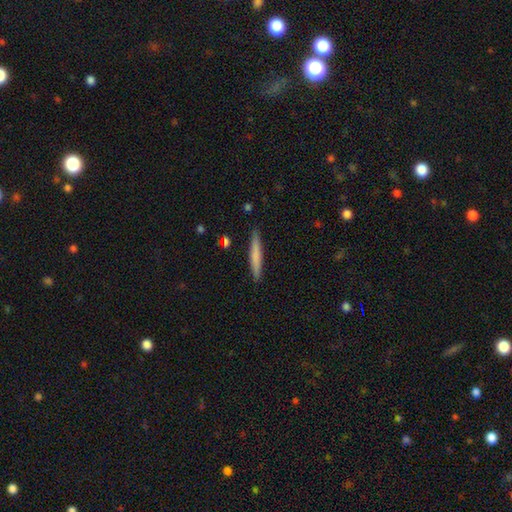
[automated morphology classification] This is likely a smooth galaxy (70%). How rounded: clearly cigar-shaped (95%). Merging: clearly none (90%).